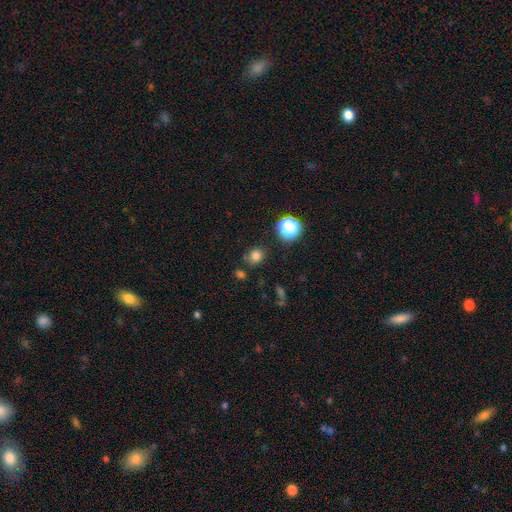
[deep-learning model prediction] Q: Smooth or featured?
A: smooth (76%); runner-up: star or artifact (18%)
Q: How rounded?
A: round (81%); runner-up: in between (18%)
Q: Merging?
A: none (76%); runner-up: minor disturbance (15%)